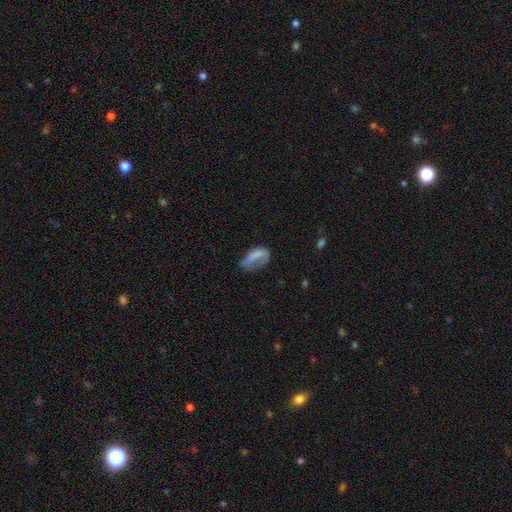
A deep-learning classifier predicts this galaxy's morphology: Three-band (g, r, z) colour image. It shows a smooth galaxy with no disk features (65%) that is in between round and cigar-shaped (88%). Merging: major disturbance (39%).